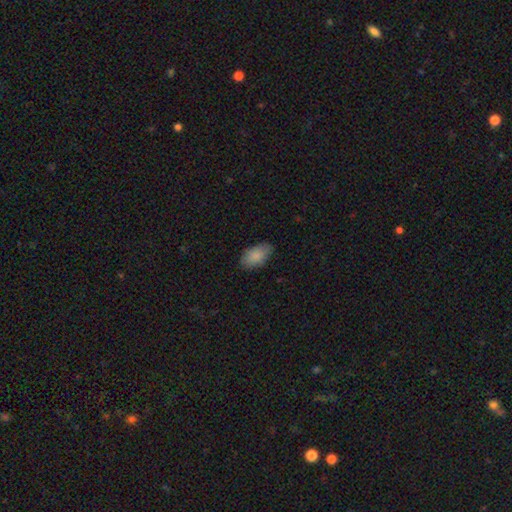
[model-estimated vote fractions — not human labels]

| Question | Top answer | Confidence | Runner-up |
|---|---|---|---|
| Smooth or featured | smooth | 85% | featured or disk (8%) |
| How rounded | in between | 94% | round (4%) |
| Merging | none | 80% | minor disturbance (16%) |